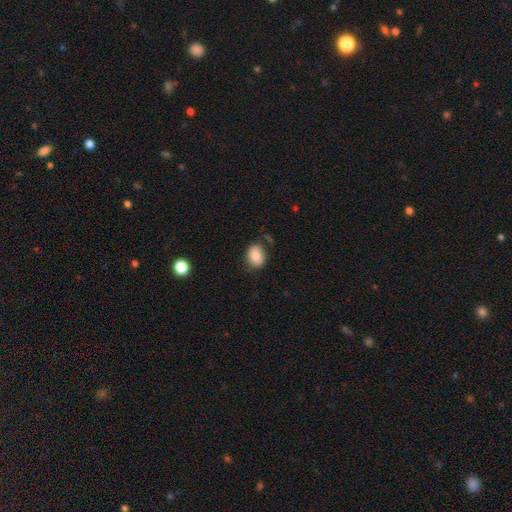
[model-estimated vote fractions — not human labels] Smooth or featured? Predicted: smooth (p=0.84). How rounded? Predicted: in between (p=0.69). Merging? Predicted: none (p=0.76).